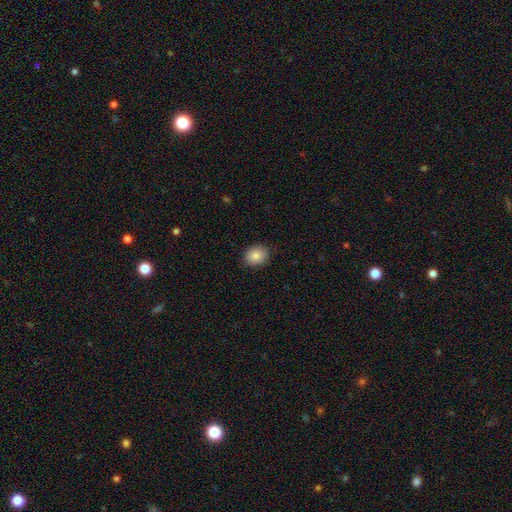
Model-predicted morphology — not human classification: A smooth galaxy with no disk features (87%) that is round (55%). Merging: none (88%).